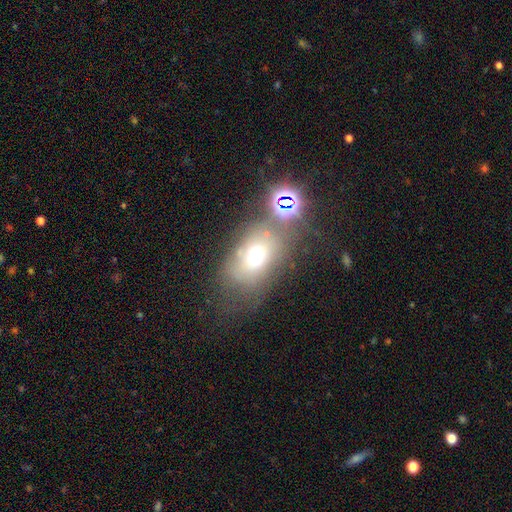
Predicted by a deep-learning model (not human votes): A smooth galaxy with no disk features (57%) that is in between round and cigar-shaped (75%).

Vote fractions:
- Smooth or featured? smooth: 57% / featured or disk: 22% / star or artifact: 20%
- How rounded? in between: 75% / round: 23% / cigar-shaped: 2%
- Merging? none: 49% / minor disturbance: 20% / merger: 16% / major disturbance: 15%